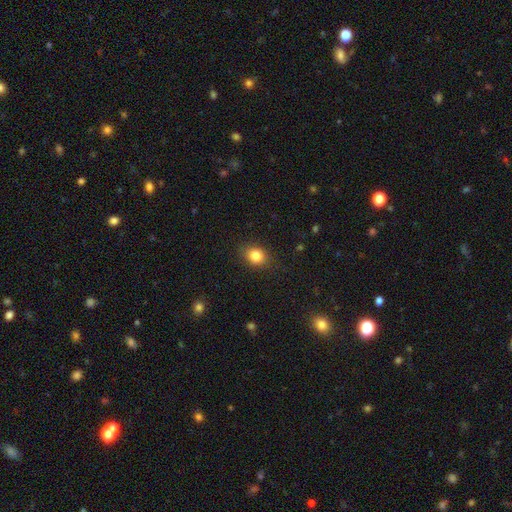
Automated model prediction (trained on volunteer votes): This is clearly a smooth galaxy (83%). How rounded: possibly round (53%). Merging: clearly none (85%).